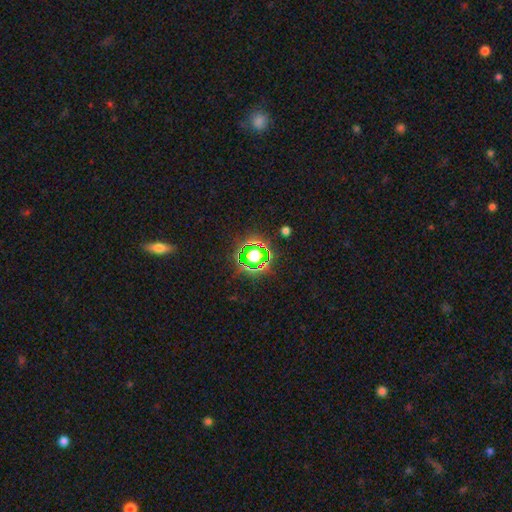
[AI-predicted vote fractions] Smooth or featured? star or artifact (56%)